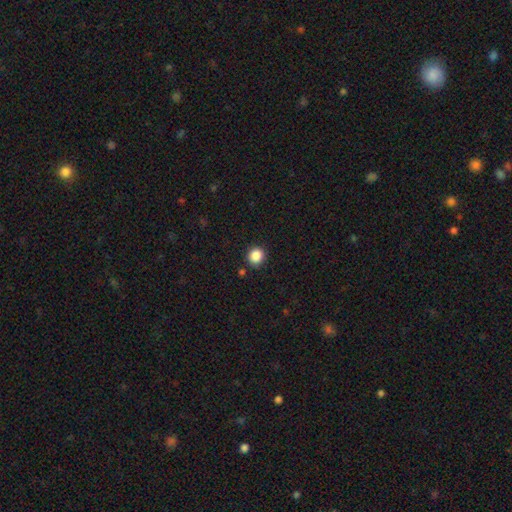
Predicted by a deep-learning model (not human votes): This appears to be a smooth galaxy with no disk features (86%) that is round (88%). Merging: none (89%).